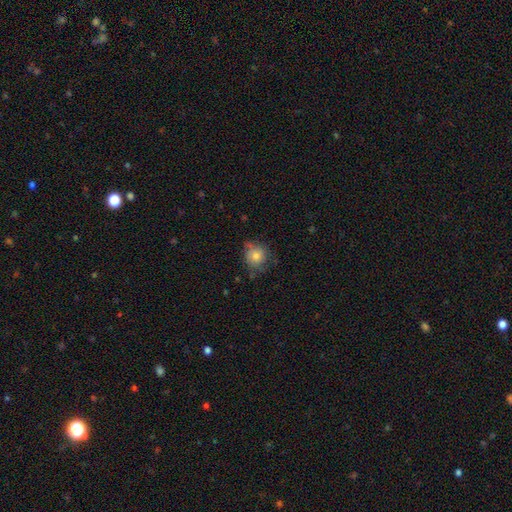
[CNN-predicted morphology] Smooth or featured: smooth — 73% (featured or disk — 16%)
How rounded: round — 84% (in between — 15%)
Merging: none — 63% (minor disturbance — 27%)